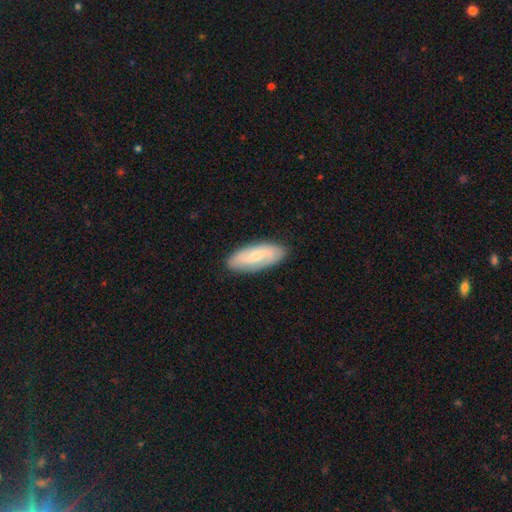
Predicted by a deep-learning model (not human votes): Smooth or featured?
  - featured or disk: 49% *
  - smooth: 44%
  - star or artifact: 6%
Merging?
  - none: 86% *
  - minor disturbance: 11%
  - major disturbance: 2%
  - merger: 1%